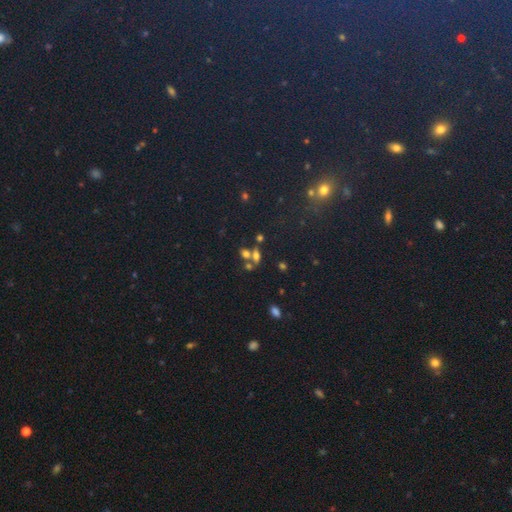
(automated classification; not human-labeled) Overall: smooth (55%; star or artifact 24%). How rounded: in between (68%). Merging: merger (45%; none 39%).